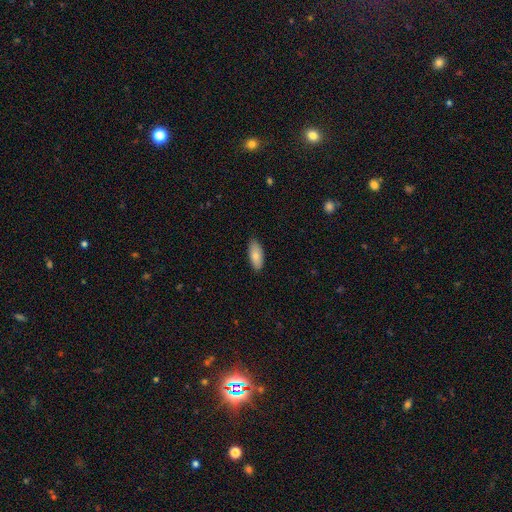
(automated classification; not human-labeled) Smooth or featured? smooth (83%)
How rounded? in between (87%)
Merging? none (86%)